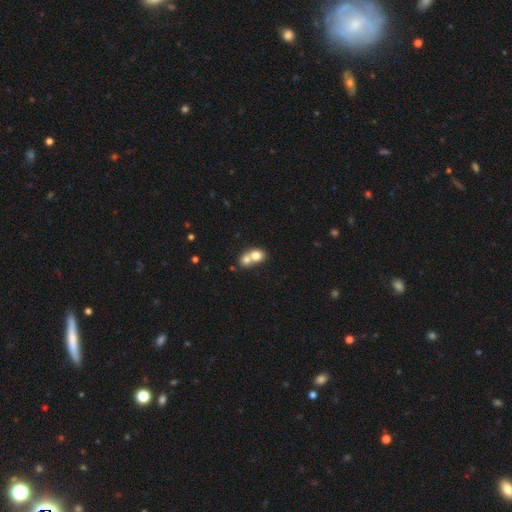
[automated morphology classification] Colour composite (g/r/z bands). It shows a smooth galaxy with no disk features (73%) that is round (59%). Merging: merger (72%).